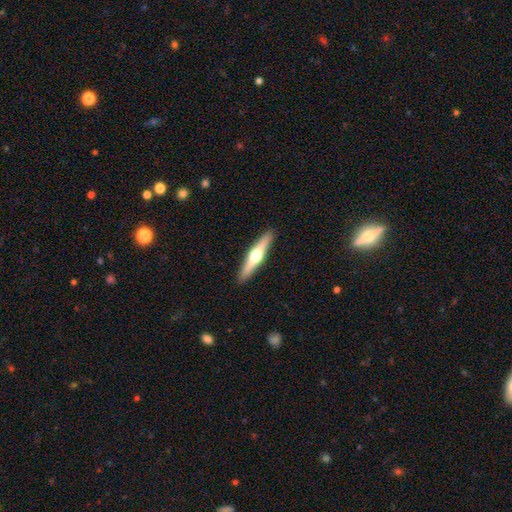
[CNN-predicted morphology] Smooth or featured: featured or disk — 61% (smooth — 34%)
Edge-on disk: yes — 97% (no — 3%)
Edge-on bulge: rounded — 95% (none — 3%)
Merging: none — 92% (minor disturbance — 6%)